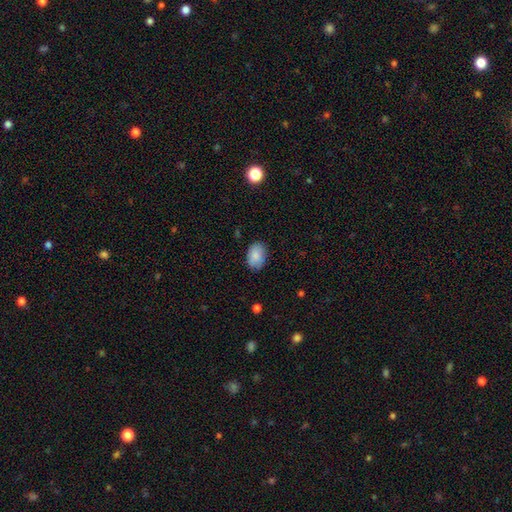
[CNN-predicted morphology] This is clearly a smooth galaxy (87%). How rounded: clearly in between (86%). Merging: clearly none (80%).